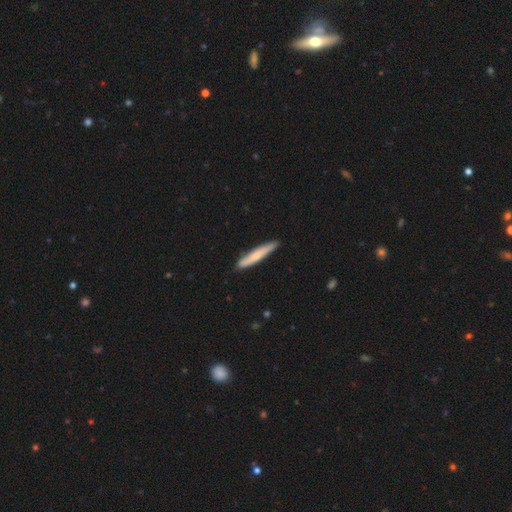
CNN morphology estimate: Overall: smooth (64%; featured or disk 31%). How rounded: cigar-shaped (94%). Merging: none (88%).